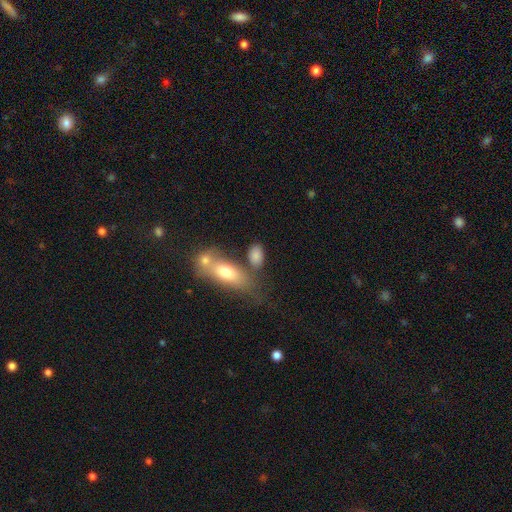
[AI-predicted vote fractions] This appears to be a smooth galaxy with no disk features (80%) that is in between round and cigar-shaped (86%). Merging: none (56%).